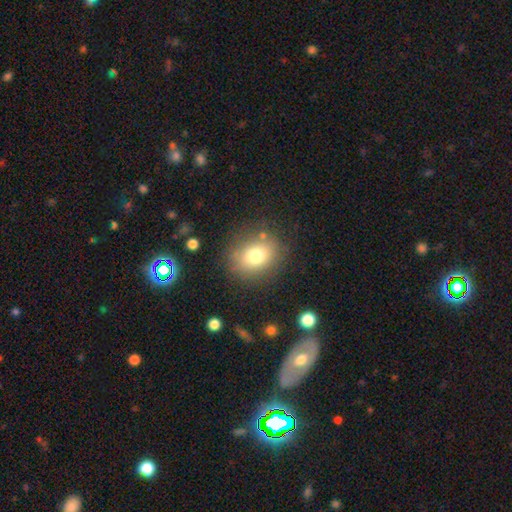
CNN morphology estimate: A smooth galaxy with no disk features (75%) that is round (52%).

Vote fractions:
- Smooth or featured? smooth: 75% / featured or disk: 13% / star or artifact: 12%
- How rounded? round: 52% / in between: 47% / cigar-shaped: 1%
- Merging? none: 80% / minor disturbance: 12% / major disturbance: 5% / merger: 3%